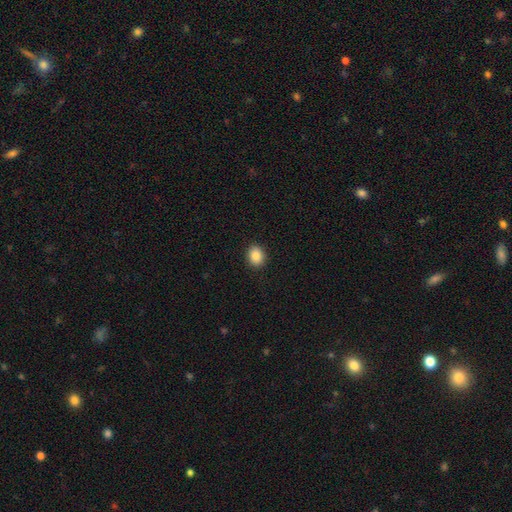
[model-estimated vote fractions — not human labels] A smooth galaxy with no disk features (87%) that is round (55%).

Vote fractions:
- Smooth or featured? smooth: 87% / star or artifact: 9% / featured or disk: 5%
- How rounded? round: 55% / in between: 44% / cigar-shaped: 1%
- Merging? none: 91% / minor disturbance: 6% / major disturbance: 2% / merger: 1%